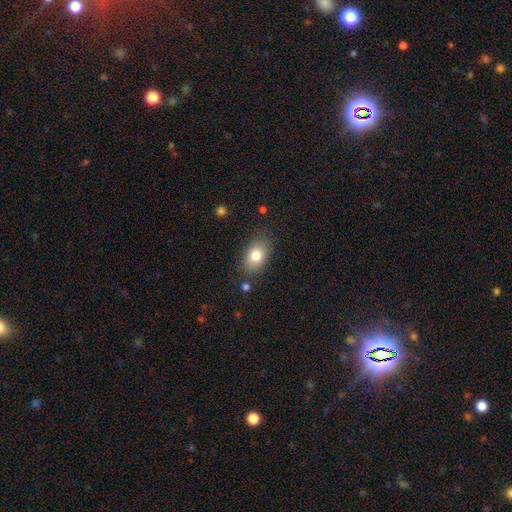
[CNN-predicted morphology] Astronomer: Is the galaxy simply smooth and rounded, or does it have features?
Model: smooth — 80%.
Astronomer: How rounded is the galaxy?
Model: in between — 84%.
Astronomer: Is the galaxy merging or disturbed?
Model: none — 82%.